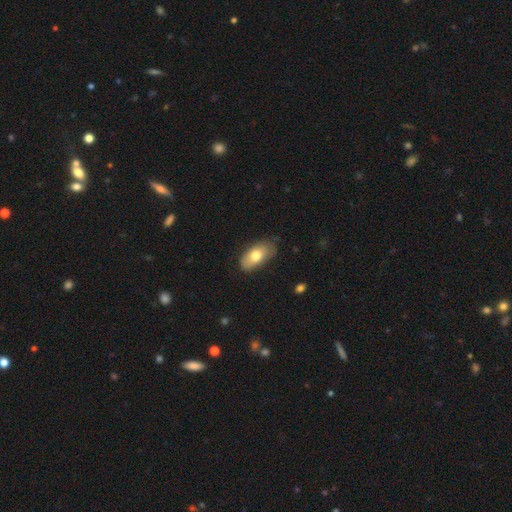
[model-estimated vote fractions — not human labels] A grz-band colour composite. It shows a smooth galaxy with no disk features (74%) that is in between round and cigar-shaped (91%). Merging: none (72%).